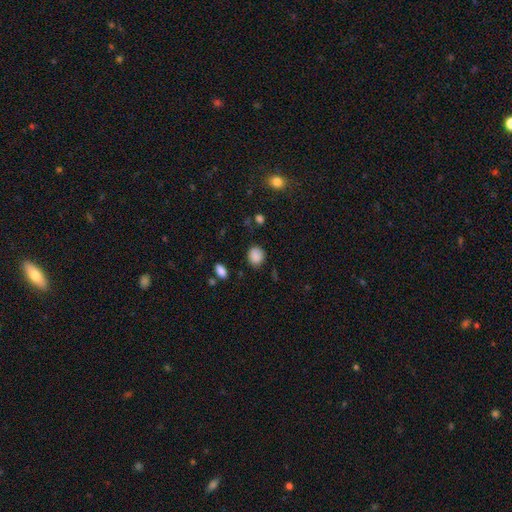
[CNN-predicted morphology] This appears to be a smooth galaxy with no disk features (87%) that is round (68%). Merging: none (83%).